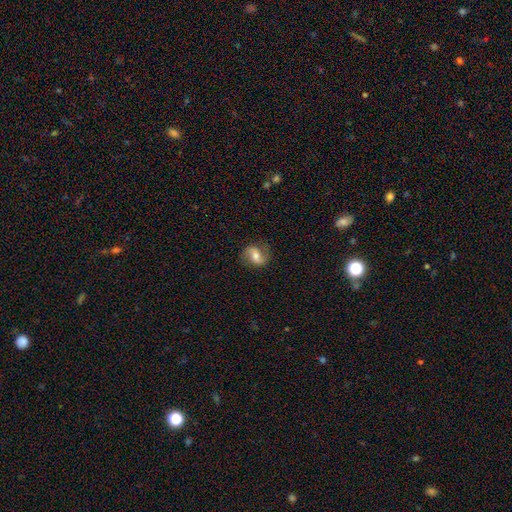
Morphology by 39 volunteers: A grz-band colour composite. It shows a featured or disk galaxy (69%) with no bar (56%), 2 (69%) medium (38%, tied with loose) spiral arms (96%) and a moderate central bulge (67%). Merging: none (83%).